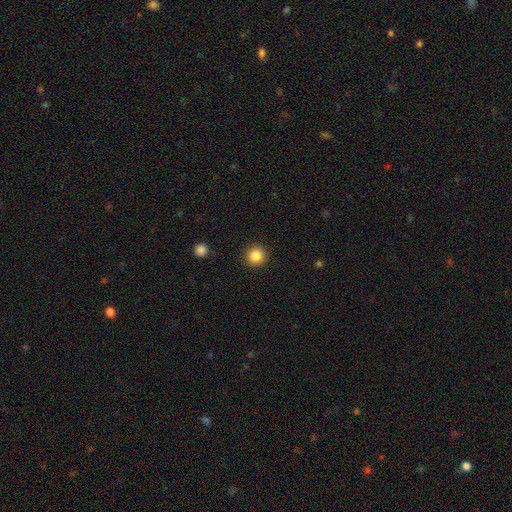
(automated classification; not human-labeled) The model was most divided on "smooth or featured": smooth: 86%, star or artifact: 10%, featured or disk: 4%. More confident: how rounded — round (94%); merging — none (92%).